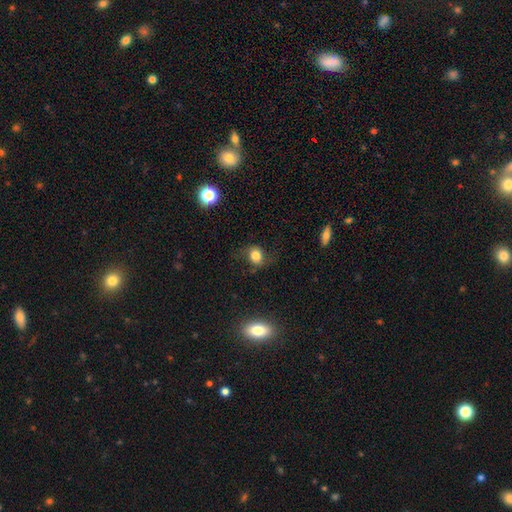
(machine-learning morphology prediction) type=smooth (77%); roundness=round (65%); merging=none (65%).